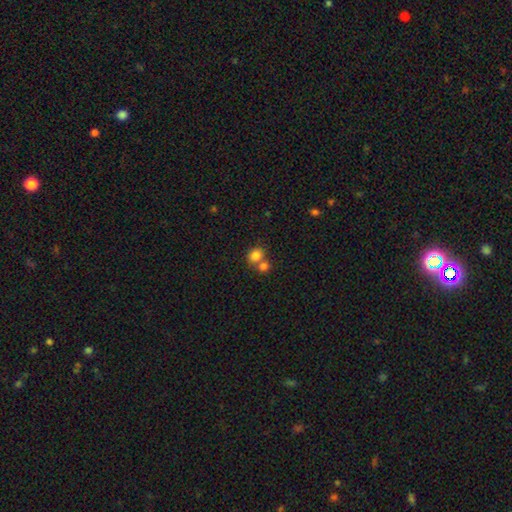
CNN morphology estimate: Smooth or featured? smooth (81%)
How rounded? round (68%)
Merging? merger (48%)